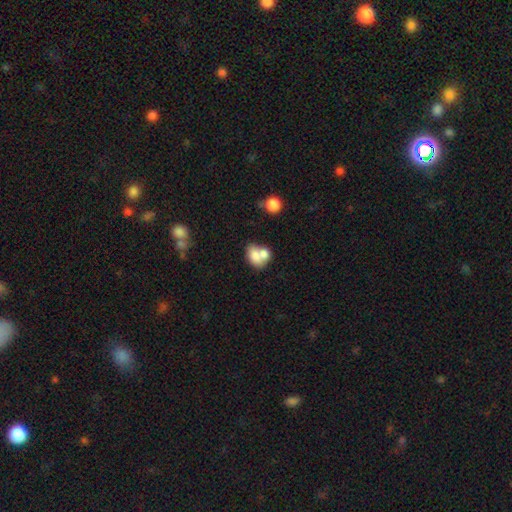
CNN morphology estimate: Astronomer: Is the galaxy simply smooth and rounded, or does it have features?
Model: smooth — 72%.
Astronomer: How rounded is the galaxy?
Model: in between — 62%.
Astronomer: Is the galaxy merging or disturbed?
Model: merger — 60%.